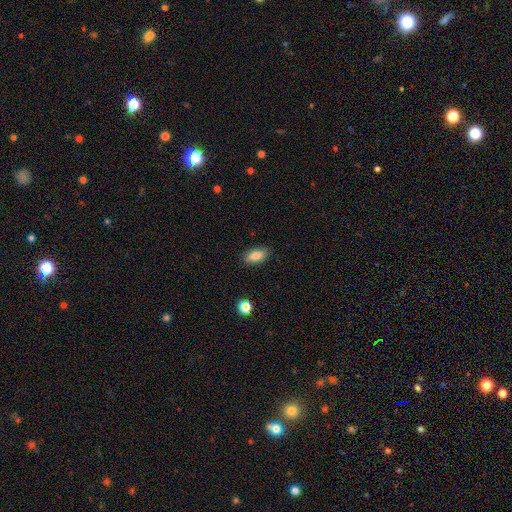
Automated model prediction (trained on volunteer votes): This appears to be a smooth galaxy with no disk features (80%) that is in between round and cigar-shaped (86%). Merging: none (86%).